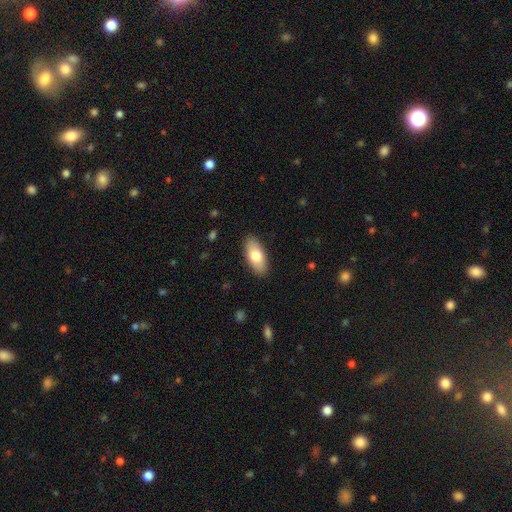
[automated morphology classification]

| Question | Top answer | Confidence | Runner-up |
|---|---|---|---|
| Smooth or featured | smooth | 77% | featured or disk (18%) |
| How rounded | in between | 88% | cigar-shaped (10%) |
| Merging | none | 89% | minor disturbance (8%) |